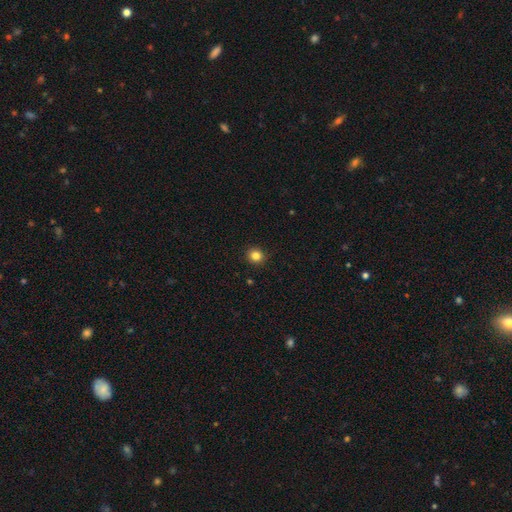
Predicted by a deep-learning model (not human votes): This is clearly a smooth galaxy (83%). How rounded: clearly round (90%). Merging: clearly none (92%).